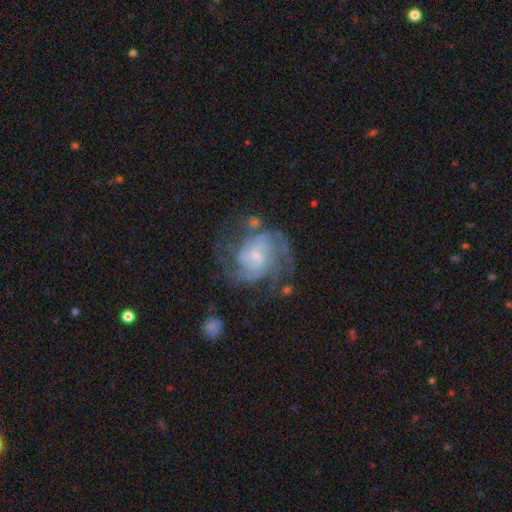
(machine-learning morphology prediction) Q: Smooth or featured?
A: featured or disk (86%); runner-up: smooth (8%)
Q: Edge-on disk?
A: no (98%); runner-up: yes (2%)
Q: Bar?
A: no (58%); runner-up: weak (34%)
Q: Spiral arms?
A: yes (95%); runner-up: no (5%)
Q: Spiral winding?
A: tight (47%); runner-up: medium (41%)
Q: Spiral arm count?
A: 2 (33%); runner-up: can't tell (25%)
Q: Bulge size?
A: small (71%); runner-up: moderate (21%)
Q: Merging?
A: none (61%); runner-up: minor disturbance (18%)